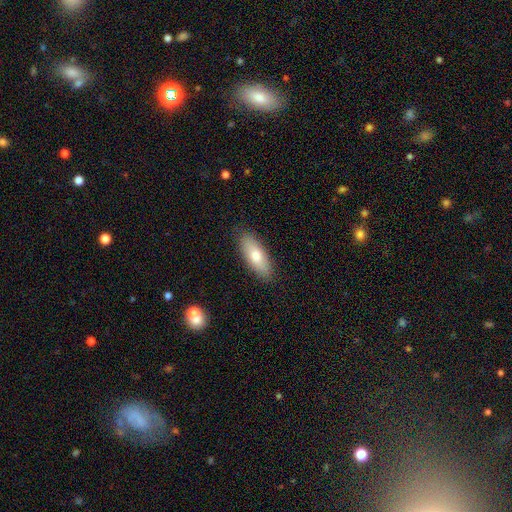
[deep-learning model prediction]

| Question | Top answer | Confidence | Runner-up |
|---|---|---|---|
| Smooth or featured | smooth | 74% | featured or disk (20%) |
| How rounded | in between | 69% | cigar-shaped (29%) |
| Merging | none | 87% | minor disturbance (10%) |